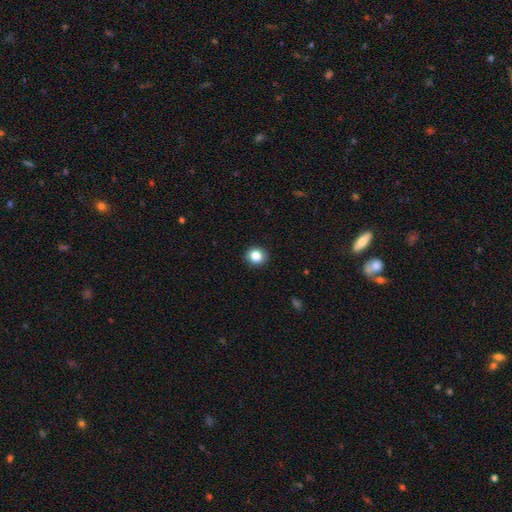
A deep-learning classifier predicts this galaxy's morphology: smooth-or-featured: smooth: 84% | star or artifact: 10% | featured or disk: 6%
  how-rounded: round: 83% | in between: 16% | cigar-shaped: 1%
  merging: none: 90% | minor disturbance: 7% | major disturbance: 2% | merger: 1%